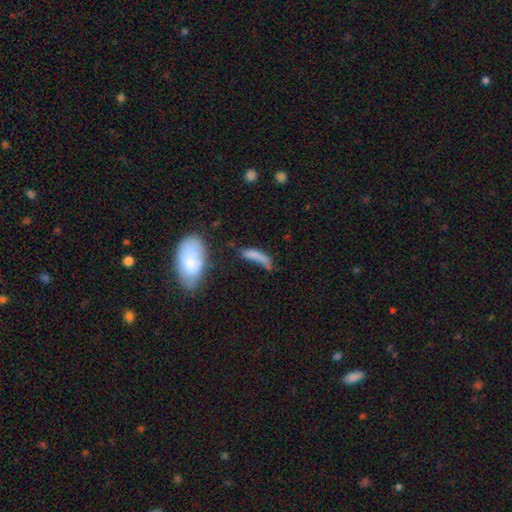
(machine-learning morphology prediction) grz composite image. It shows a smooth galaxy with no disk features (68%) that is cigar-shaped (63%). Merging: none (33%).